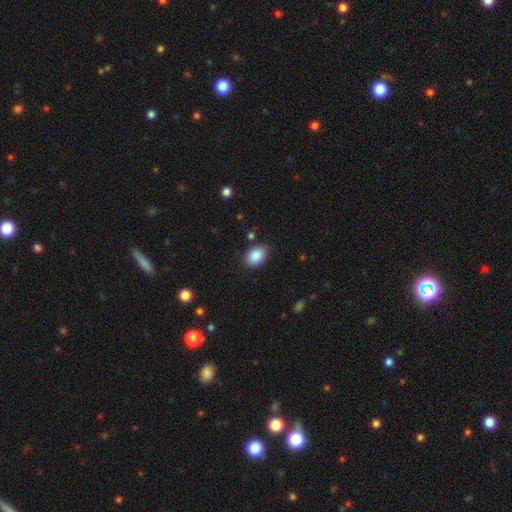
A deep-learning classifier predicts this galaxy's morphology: A smooth galaxy with no disk features (88%) that is in between round and cigar-shaped (78%).

Vote fractions:
- Smooth or featured? smooth: 88% / star or artifact: 7% / featured or disk: 4%
- How rounded? in between: 78% / round: 21% / cigar-shaped: 1%
- Merging? none: 84% / minor disturbance: 11% / major disturbance: 3% / merger: 2%